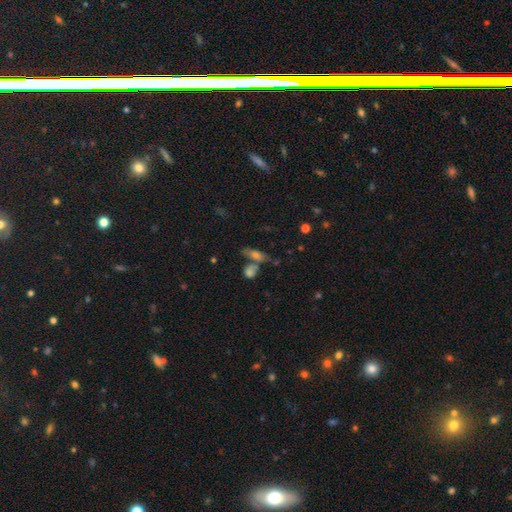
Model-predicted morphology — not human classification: smooth-or-featured: smooth: 49% | featured or disk: 35% | star or artifact: 16%
  merging: none: 57% | merger: 25% | minor disturbance: 12% | major disturbance: 6%